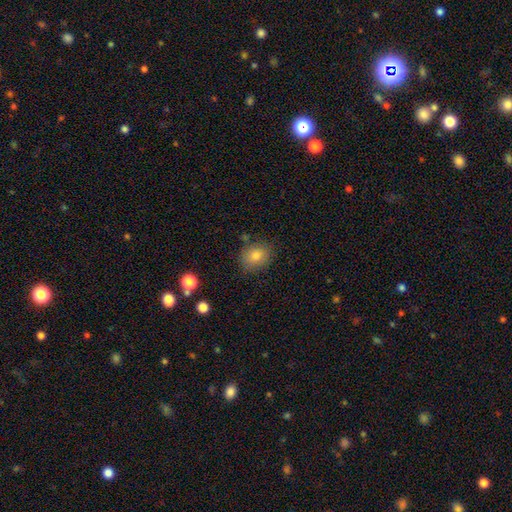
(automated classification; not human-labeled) smooth_or_featured: smooth (p=0.80) [alt: star or artifact p=0.11]
how_rounded: round (p=0.64) [alt: in between p=0.35]
merging: none (p=0.80) [alt: minor disturbance p=0.13]